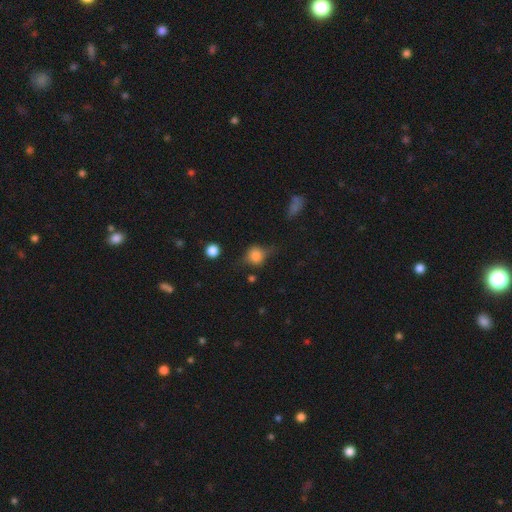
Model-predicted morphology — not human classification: A smooth galaxy with no disk features (73%) that is round (76%).

Vote fractions:
- Smooth or featured? smooth: 73% / featured or disk: 15% / star or artifact: 12%
- How rounded? round: 76% / in between: 22% / cigar-shaped: 2%
- Merging? none: 57% / minor disturbance: 27% / major disturbance: 12% / merger: 4%